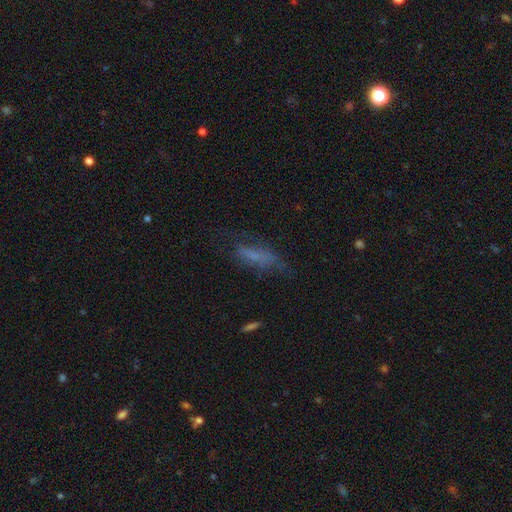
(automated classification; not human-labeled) Smooth or featured? smooth (53%)
How rounded? cigar-shaped (51%)
Merging? none (47%)